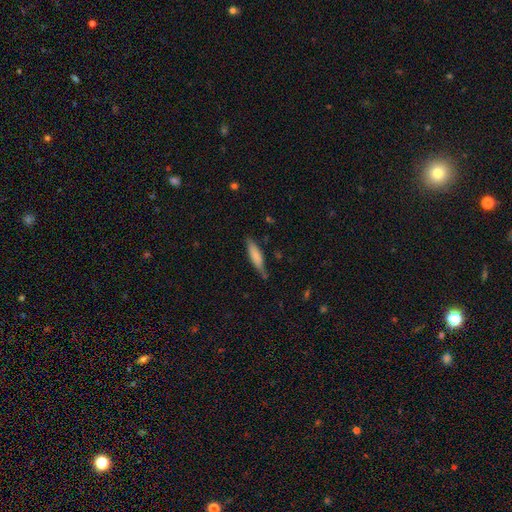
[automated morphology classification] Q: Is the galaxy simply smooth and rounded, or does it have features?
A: smooth — 74%.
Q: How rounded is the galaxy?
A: cigar-shaped — 71%.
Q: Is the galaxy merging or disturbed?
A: none — 68%.